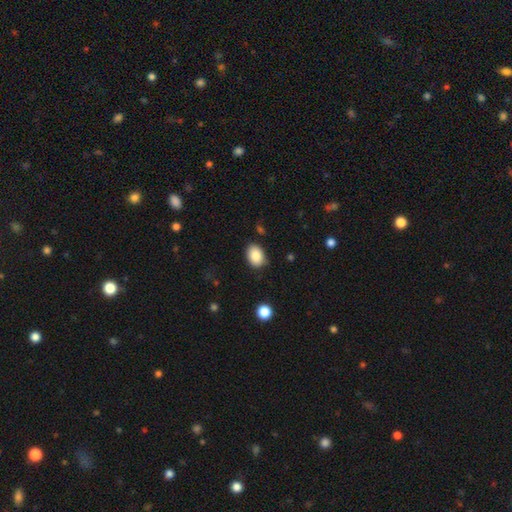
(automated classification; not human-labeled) Overall: smooth (87%). How rounded: in between (74%). Merging: none (84%).